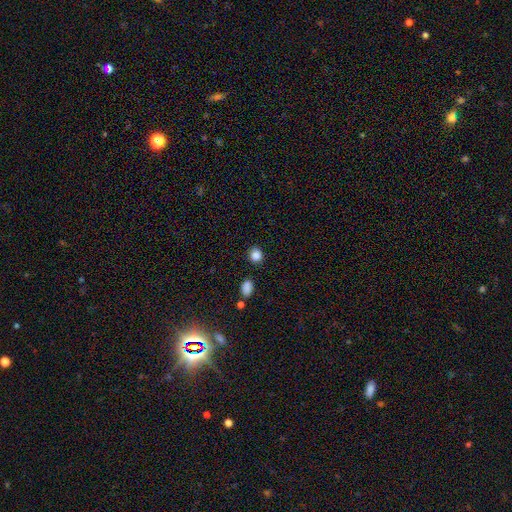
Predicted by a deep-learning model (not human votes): Morphology: type=smooth (84%); roundness=round (77%); merging=none (87%).